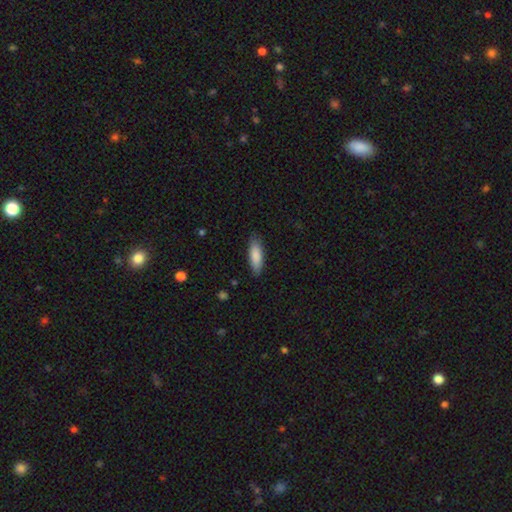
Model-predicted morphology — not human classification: Smooth or featured? Predicted: smooth (p=0.86). How rounded? Predicted: in between (p=0.58). Merging? Predicted: none (p=0.84).